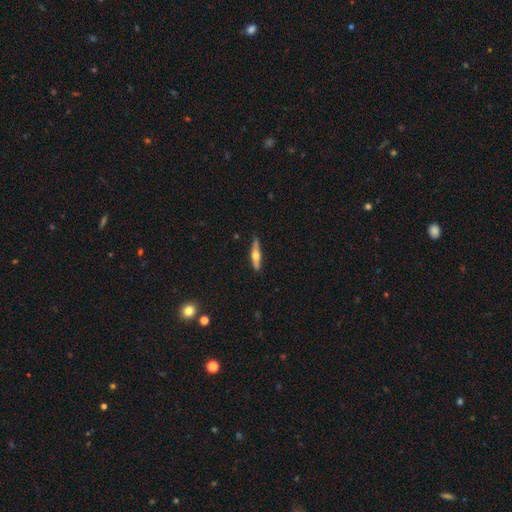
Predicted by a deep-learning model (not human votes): smooth-or-featured: featured or disk: 57% | smooth: 37% | star or artifact: 6%
  disk-edge-on: yes: 95% | no: 5%
    edge-on-bulge: rounded: 94% | boxy: 3% | none: 3%
  merging: none: 84% | minor disturbance: 12% | major disturbance: 2% | merger: 2%